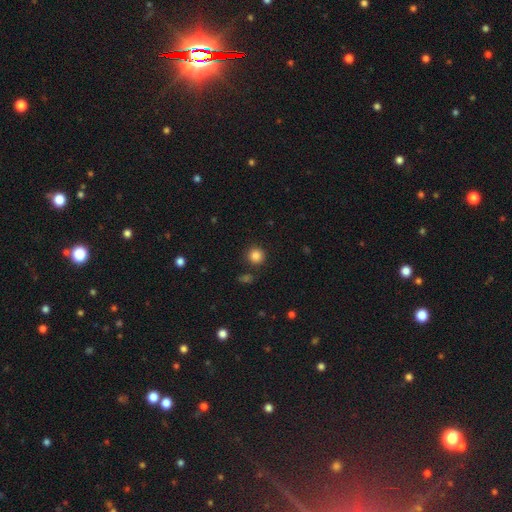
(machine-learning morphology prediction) A smooth galaxy with no disk features (85%) that is round (93%). Merging: none (87%).